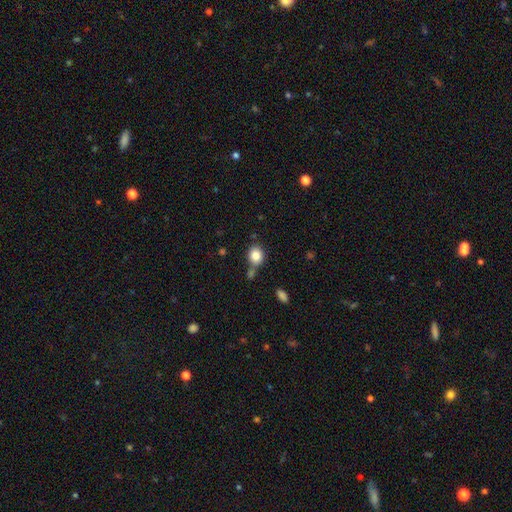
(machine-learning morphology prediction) This appears to be a smooth galaxy with no disk features (84%) that is round (64%). Merging: none (64%).